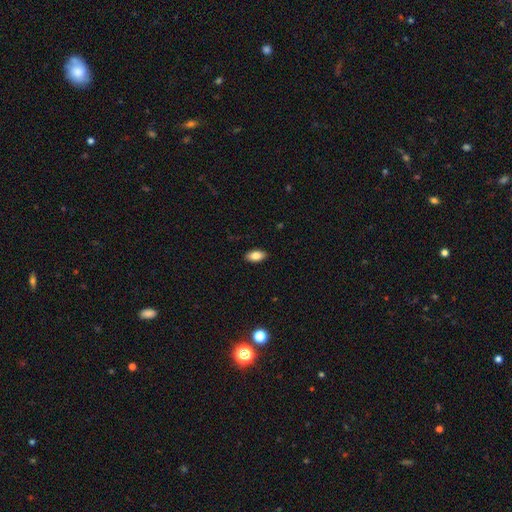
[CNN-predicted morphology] This is clearly a smooth galaxy (84%). How rounded: clearly in between (92%). Merging: clearly none (89%).